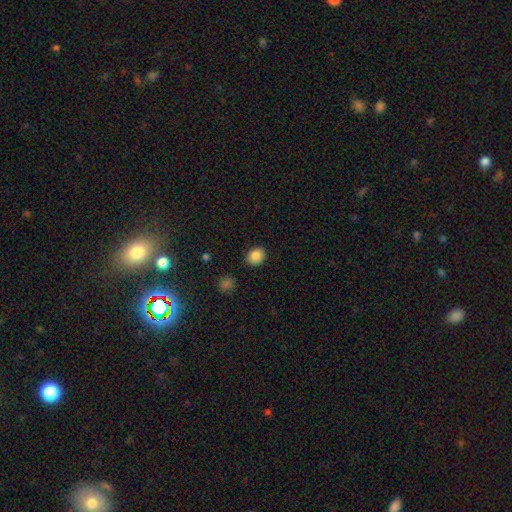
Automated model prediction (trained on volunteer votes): Smooth or featured? smooth (85%)
How rounded? round (58%)
Merging? none (87%)